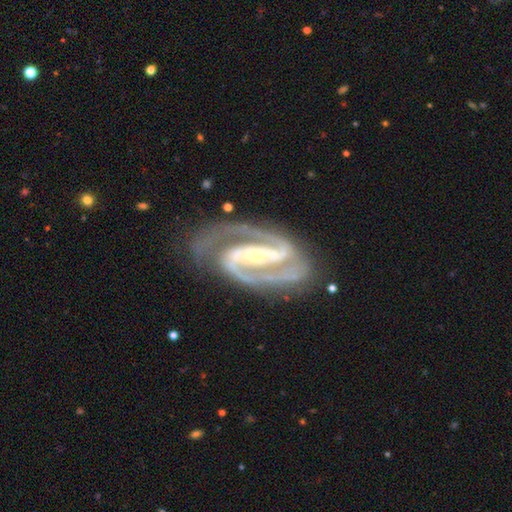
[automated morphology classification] featured or disk 93%, star or artifact 4%, smooth 2%. Down the decision tree: edge-on disk — no (97%); bar — strong (69%); spiral arms — yes (99%); spiral arm count — 2 (92%); spiral winding — medium (53%); bulge size — small (68%); merging — none (77%).